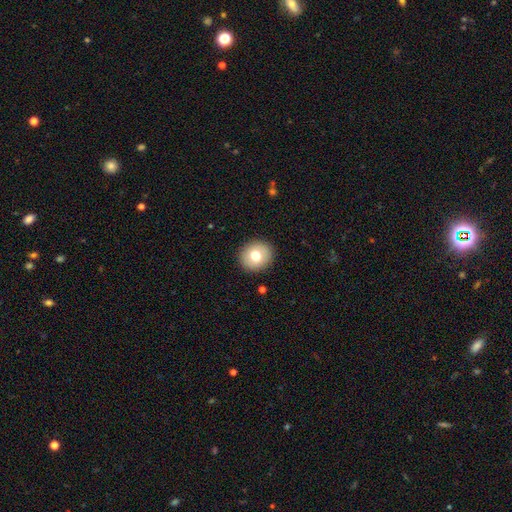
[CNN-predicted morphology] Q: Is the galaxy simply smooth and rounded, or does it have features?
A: smooth — 74%.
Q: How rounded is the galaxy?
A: round — 85%.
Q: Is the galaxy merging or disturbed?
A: none — 91%.